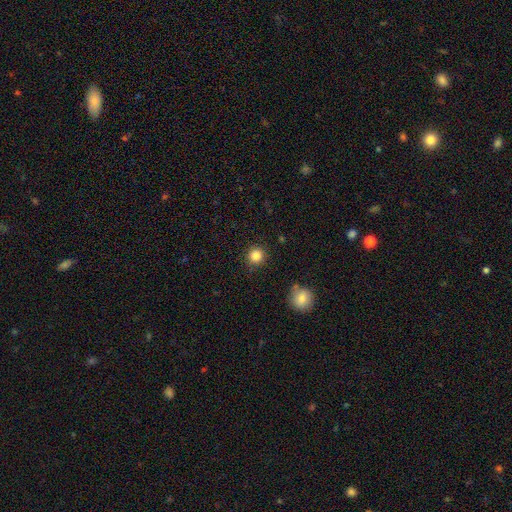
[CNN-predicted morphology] A smooth galaxy with no disk features (84%) that is round (94%).

Vote fractions:
- Smooth or featured? smooth: 84% / star or artifact: 11% / featured or disk: 5%
- How rounded? round: 94% / in between: 5% / cigar-shaped: 1%
- Merging? none: 89% / minor disturbance: 7% / major disturbance: 2% / merger: 2%